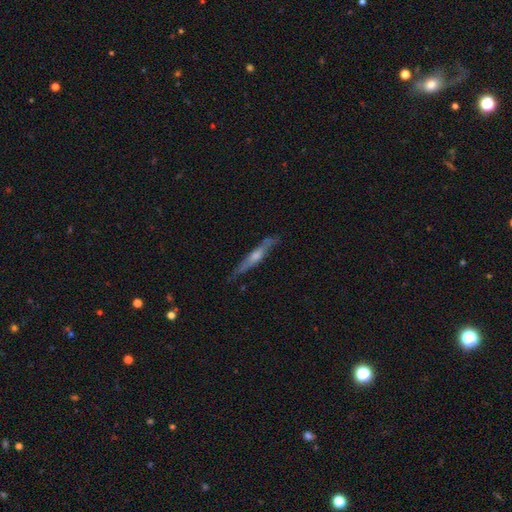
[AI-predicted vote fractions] Smooth or featured?
  - featured or disk: 67% *
  - smooth: 27%
  - star or artifact: 6%
Edge-on disk?
  - yes: 93% *
  - no: 7%
Edge-on bulge?
  - rounded: 72% *
  - none: 17%
  - boxy: 10%
Merging?
  - none: 80% *
  - minor disturbance: 15%
  - major disturbance: 3%
  - merger: 2%